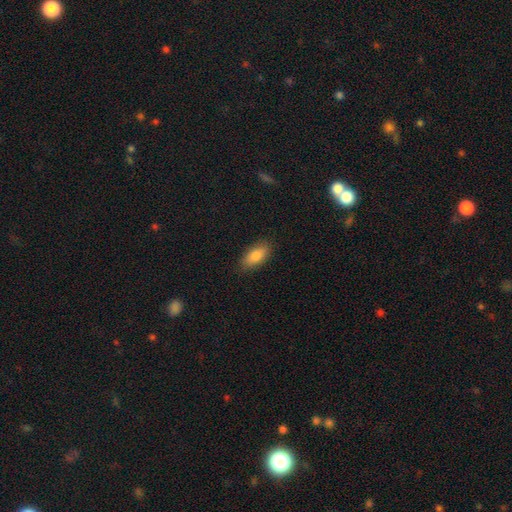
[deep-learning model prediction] Q: Smooth or featured?
A: smooth (81%); runner-up: featured or disk (12%)
Q: How rounded?
A: in between (87%); runner-up: cigar-shaped (9%)
Q: Merging?
A: none (85%); runner-up: minor disturbance (11%)